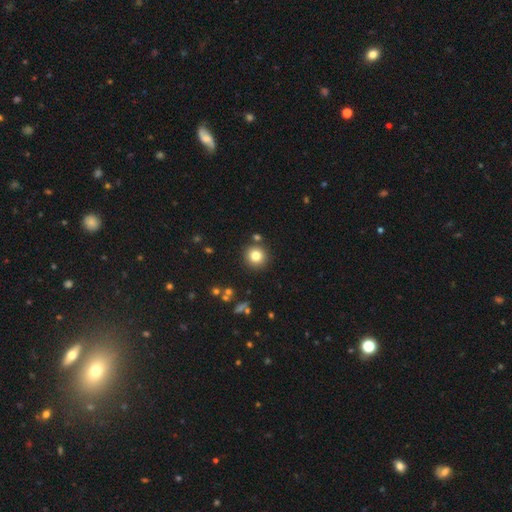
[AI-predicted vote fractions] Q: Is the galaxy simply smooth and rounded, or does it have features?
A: smooth — 79%.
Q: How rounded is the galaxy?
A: round — 94%.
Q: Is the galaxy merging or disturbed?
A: none — 86%.